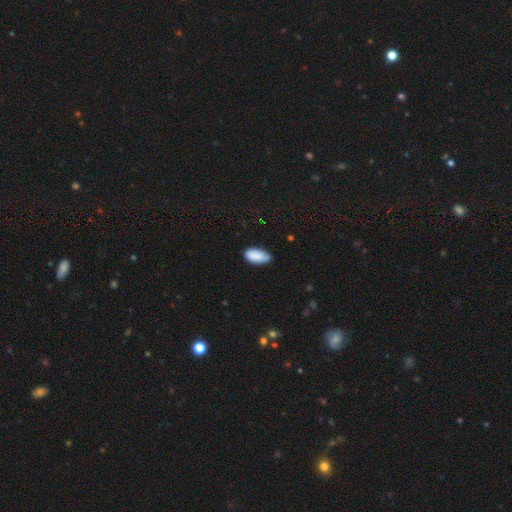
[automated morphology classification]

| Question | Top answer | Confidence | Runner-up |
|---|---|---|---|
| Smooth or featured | smooth | 88% | star or artifact (7%) |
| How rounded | in between | 94% | cigar-shaped (4%) |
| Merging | none | 64% | minor disturbance (30%) |